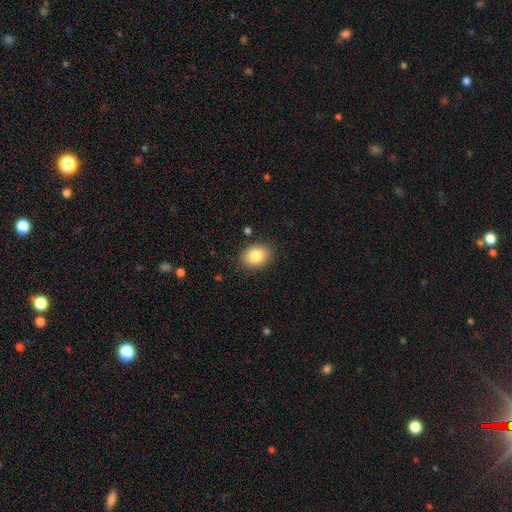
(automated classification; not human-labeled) Smooth or featured? Predicted: smooth (p=0.84). How rounded? Predicted: in between (p=0.65). Merging? Predicted: none (p=0.86).